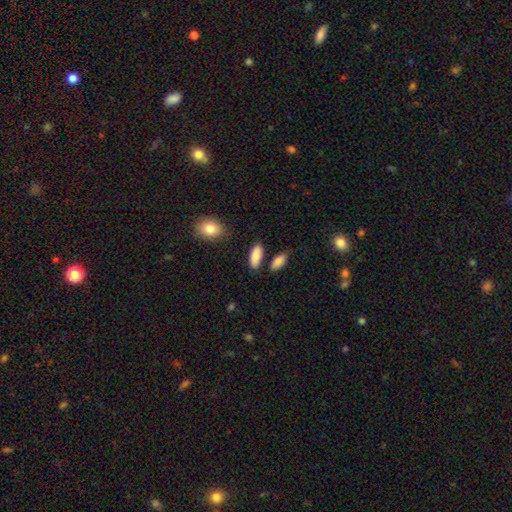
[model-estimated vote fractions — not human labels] Smooth or featured? Predicted: smooth (p=0.88). How rounded? Predicted: in between (p=0.82). Merging? Predicted: none (p=0.80).